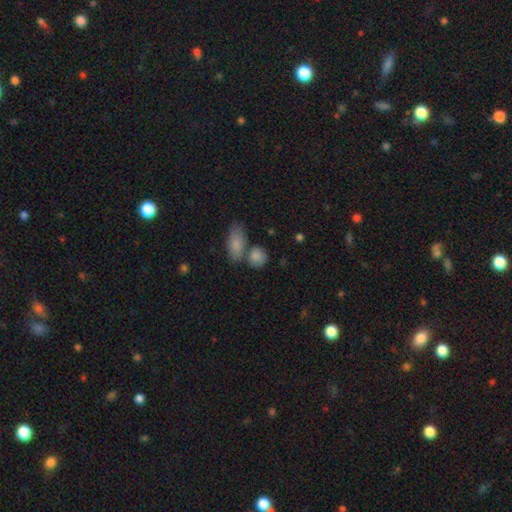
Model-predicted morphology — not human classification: Q: Smooth or featured?
A: smooth (80%); runner-up: star or artifact (11%)
Q: How rounded?
A: in between (48%); runner-up: round (45%)
Q: Merging?
A: none (58%); runner-up: merger (27%)